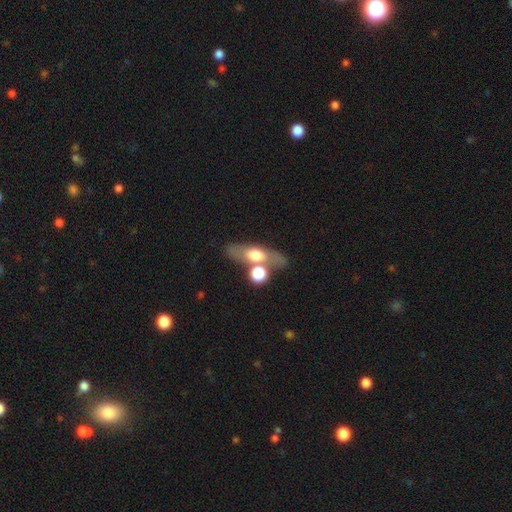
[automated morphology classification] smooth 49%, featured or disk 43%, star or artifact 9%. Down the decision tree: merging — none (57%).